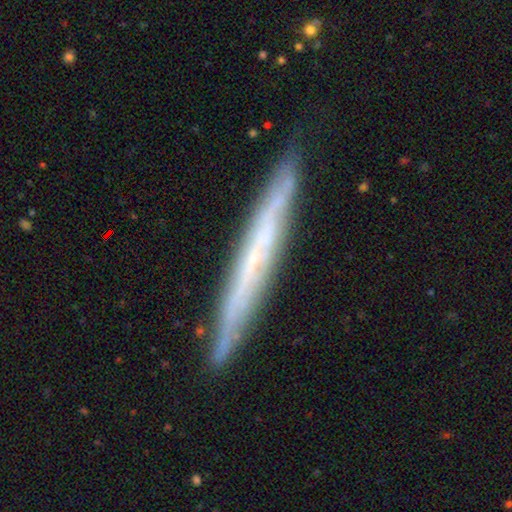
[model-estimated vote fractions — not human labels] Smooth or featured: featured or disk — 67% (smooth — 27%)
Edge-on disk: yes — 90% (no — 10%)
Edge-on bulge: none — 78% (rounded — 19%)
Merging: none — 87% (minor disturbance — 10%)